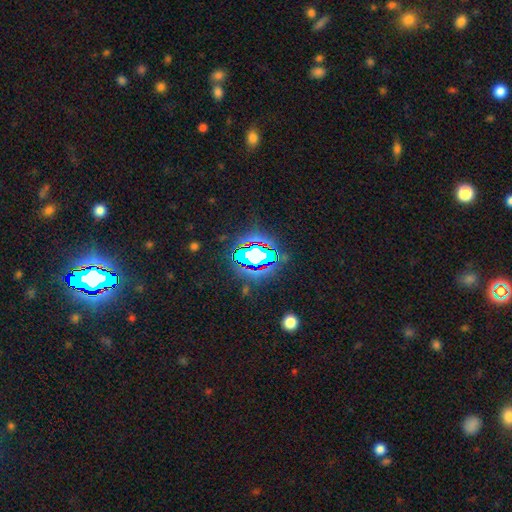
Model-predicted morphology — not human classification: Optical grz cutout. It shows a star or artifact, not a galaxy (69%).